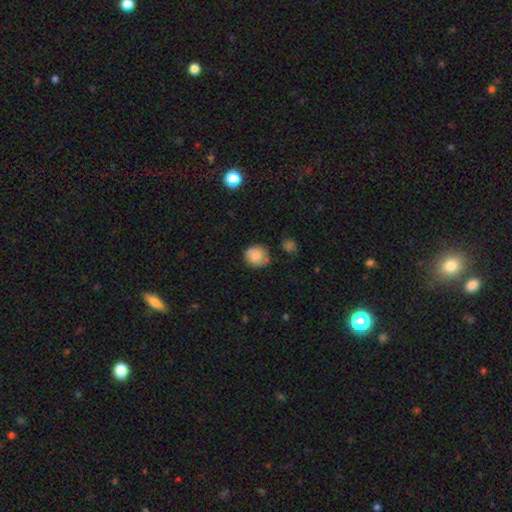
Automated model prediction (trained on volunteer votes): A smooth galaxy with no disk features (78%) that is round (79%). Merging: none (70%).